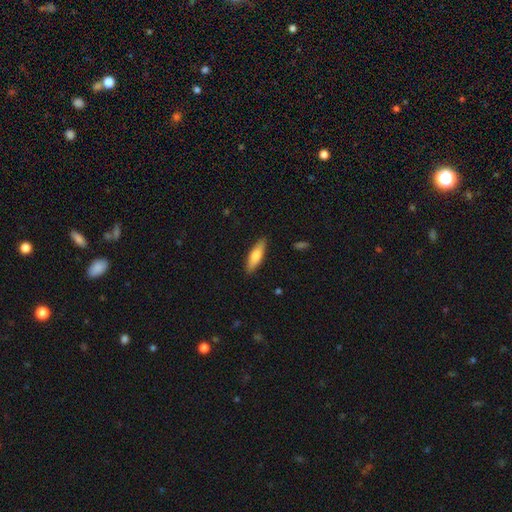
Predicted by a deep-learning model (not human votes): This appears to be a smooth galaxy with no disk features (71%) that is cigar-shaped (56%). Merging: none (88%).